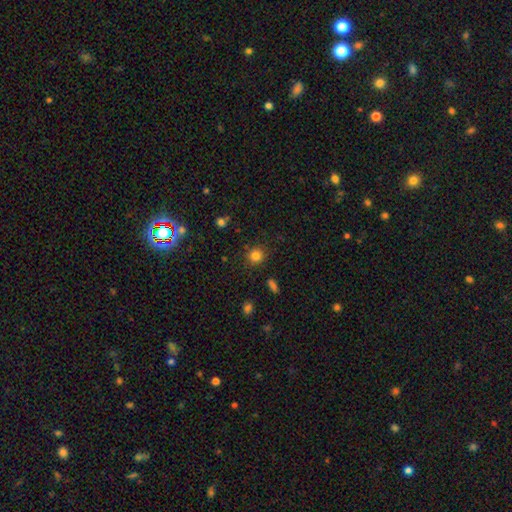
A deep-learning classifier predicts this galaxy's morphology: Smooth or featured: smooth — 82% (star or artifact — 13%)
How rounded: round — 90% (in between — 9%)
Merging: none — 87% (minor disturbance — 8%)